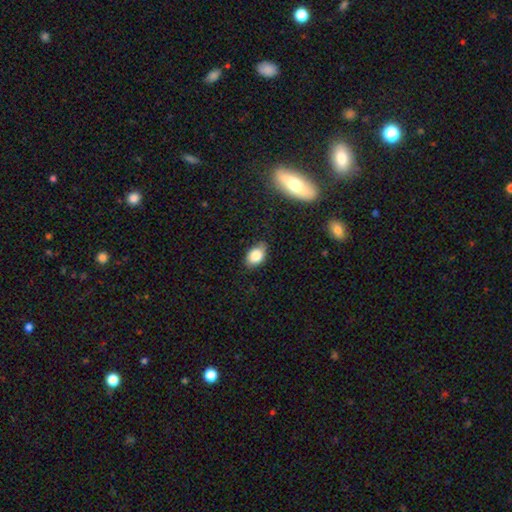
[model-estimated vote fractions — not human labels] This is clearly a smooth galaxy (83%). How rounded: clearly in between (84%). Merging: likely none (76%).